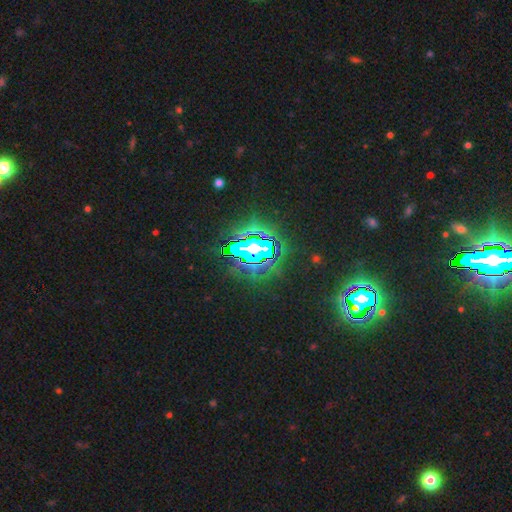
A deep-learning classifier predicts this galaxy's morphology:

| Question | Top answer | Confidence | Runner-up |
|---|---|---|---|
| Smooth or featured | star or artifact | 83% | smooth (9%) |